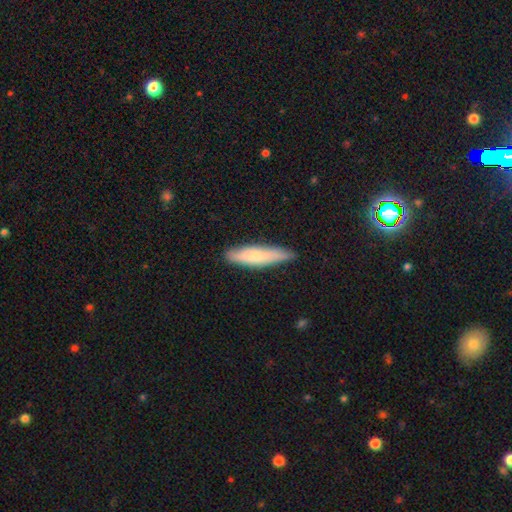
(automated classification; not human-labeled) smooth-or-featured: smooth: 69% | featured or disk: 25% | star or artifact: 6%
  how-rounded: cigar-shaped: 80% | in between: 19% | round: 2%
  merging: none: 84% | minor disturbance: 13% | major disturbance: 2% | merger: 1%